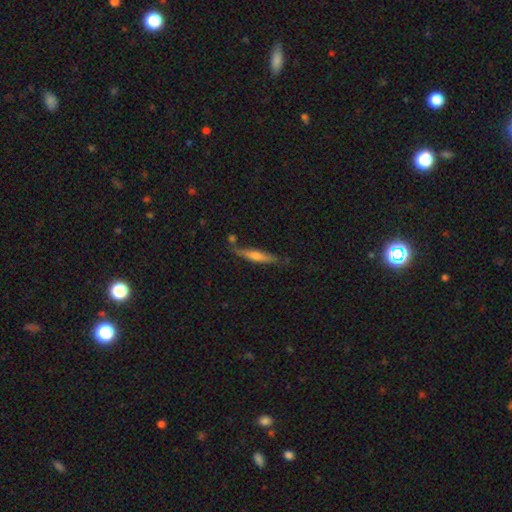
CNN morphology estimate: Smooth or featured? featured or disk (57%)
Edge-on disk? yes (95%)
Edge-on bulge? rounded (81%)
Merging? none (79%)